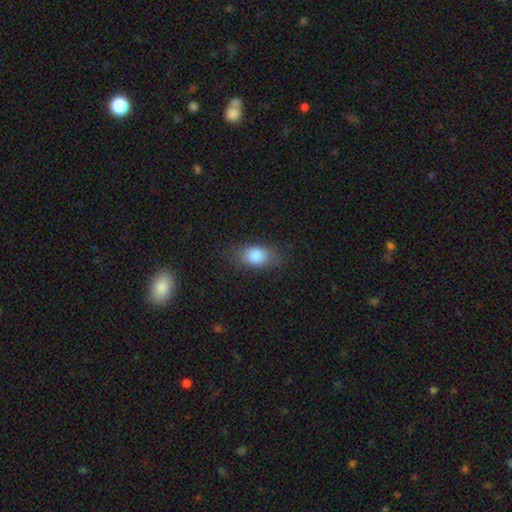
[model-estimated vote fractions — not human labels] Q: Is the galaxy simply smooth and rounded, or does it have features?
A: smooth — 85%.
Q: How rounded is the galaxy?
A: in between — 81%.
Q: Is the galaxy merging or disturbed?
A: none — 76%.